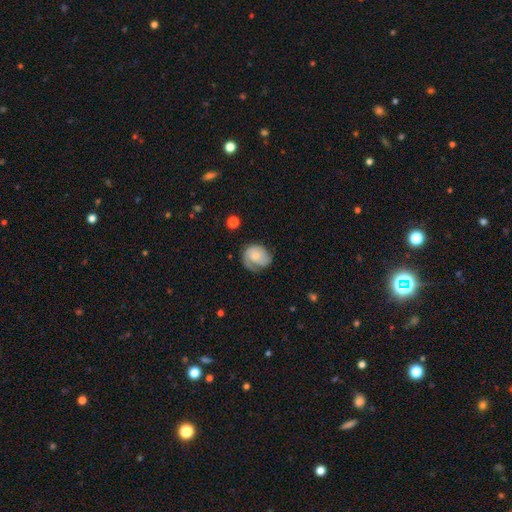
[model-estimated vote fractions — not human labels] Smooth or featured? Predicted: smooth (p=0.50). Merging? Predicted: none (p=0.51).